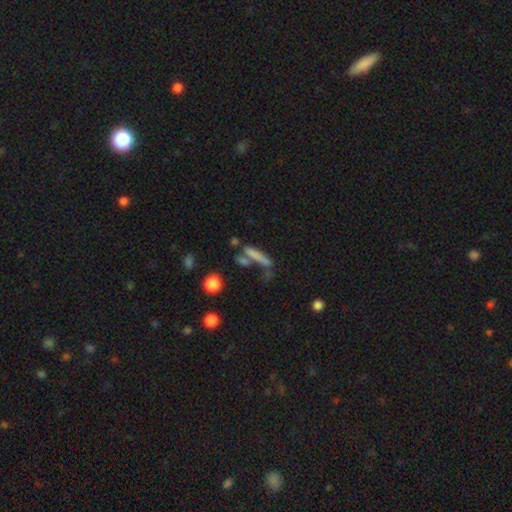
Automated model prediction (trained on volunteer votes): Overall: smooth (67%). How rounded: cigar-shaped (81%). Merging: none (46%; merger 25%).